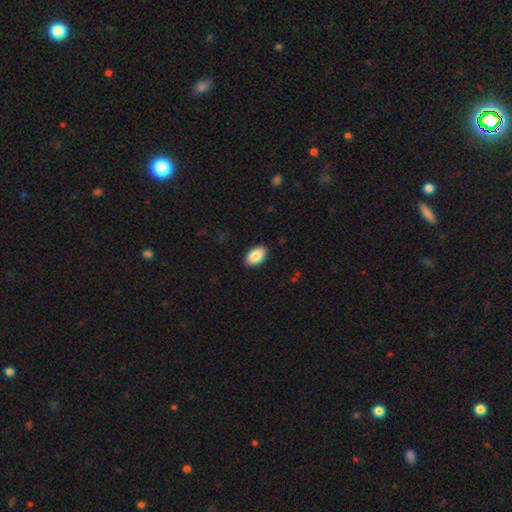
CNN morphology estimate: smooth_or_featured: smooth (p=0.87) [alt: star or artifact p=0.06]
how_rounded: in between (p=0.93) [alt: round p=0.05]
merging: none (p=0.89) [alt: minor disturbance p=0.08]